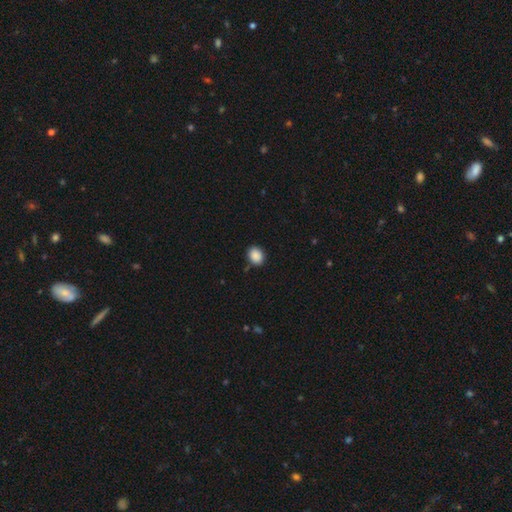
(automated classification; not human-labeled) This appears to be a smooth galaxy with no disk features (89%) that is in between round and cigar-shaped (52%). Merging: none (87%).